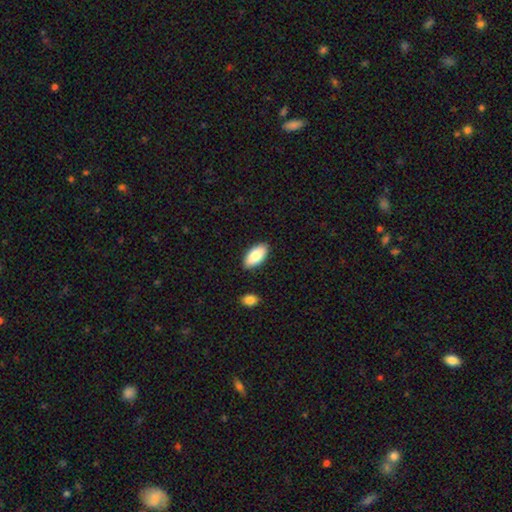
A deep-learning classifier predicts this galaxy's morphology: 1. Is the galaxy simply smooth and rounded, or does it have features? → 82% smooth, 12% featured or disk, 6% star or artifact.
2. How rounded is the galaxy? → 93% in between, 4% cigar-shaped, 2% round.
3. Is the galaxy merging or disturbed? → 88% none, 9% minor disturbance, 2% merger, 2% major disturbance.